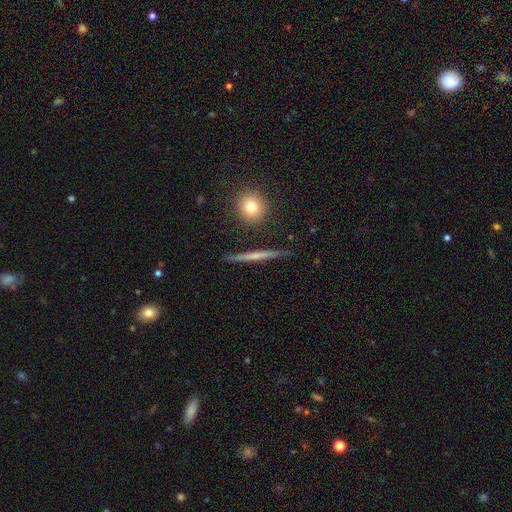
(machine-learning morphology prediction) smooth_or_featured: featured or disk (p=0.56) [alt: smooth p=0.37]
disk_edge_on: yes (p=0.95) [alt: no p=0.05]
edge_on_bulge: none (p=0.79) [alt: rounded p=0.15]
merging: none (p=0.89) [alt: minor disturbance p=0.08]